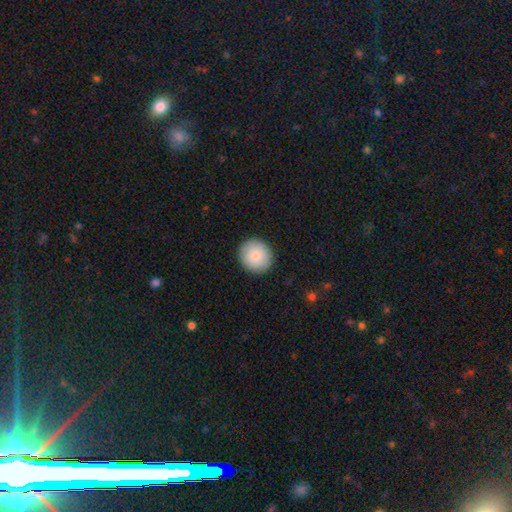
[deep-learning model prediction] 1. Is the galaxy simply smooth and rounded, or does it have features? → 85% smooth, 9% featured or disk, 7% star or artifact.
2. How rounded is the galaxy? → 90% round, 9% in between, 1% cigar-shaped.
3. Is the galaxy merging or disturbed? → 91% none, 6% minor disturbance, 2% major disturbance, 1% merger.